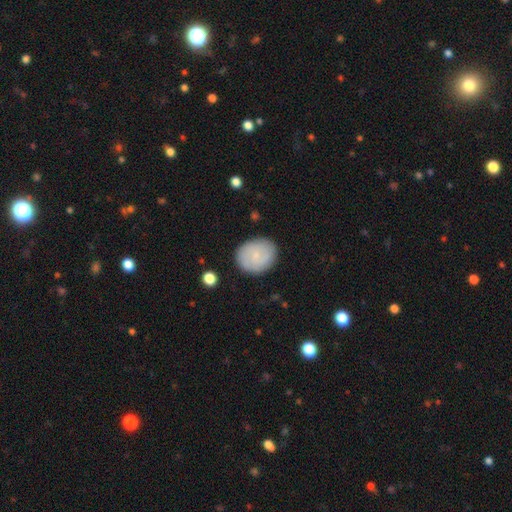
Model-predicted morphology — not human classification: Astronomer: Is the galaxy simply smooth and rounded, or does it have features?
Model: smooth — 57% (runner-up: featured or disk, 36%).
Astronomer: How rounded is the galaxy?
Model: round — 60% (runner-up: in between, 39%).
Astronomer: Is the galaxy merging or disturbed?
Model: none — 86%.